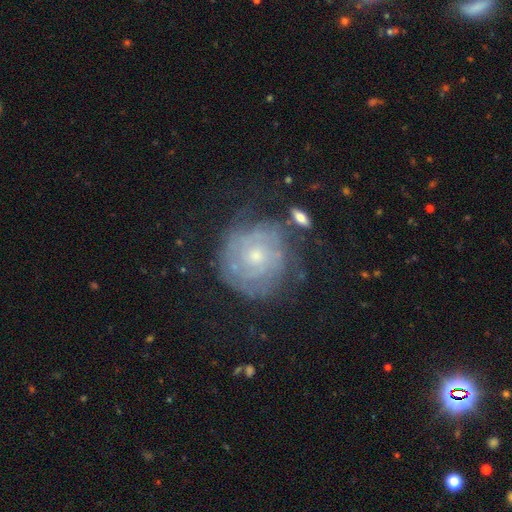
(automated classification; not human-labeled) Smooth or featured: featured or disk — 74% (smooth — 18%)
Edge-on disk: no — 97% (yes — 3%)
Bar: no — 80% (weak — 17%)
Spiral arms: yes — 83% (no — 17%)
Spiral winding: tight — 76% (medium — 18%)
Spiral arm count: can't tell — 56% (2 — 16%)
Bulge size: small — 59% (moderate — 36%)
Merging: none — 66% (minor disturbance — 19%)